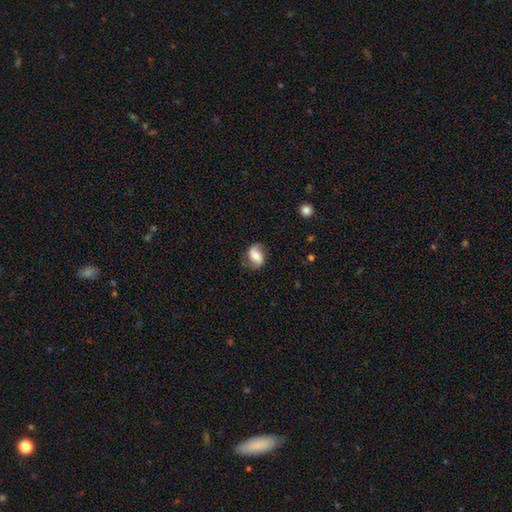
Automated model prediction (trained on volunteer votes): Q: Smooth or featured?
A: smooth (53%); runner-up: featured or disk (39%)
Q: How rounded?
A: in between (74%); runner-up: round (24%)
Q: Merging?
A: none (68%); runner-up: minor disturbance (22%)